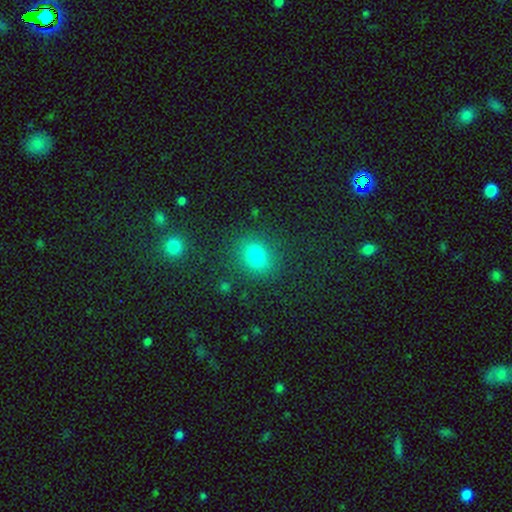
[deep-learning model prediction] Smooth or featured? smooth (76%)
How rounded? round (62%)
Merging? none (83%)